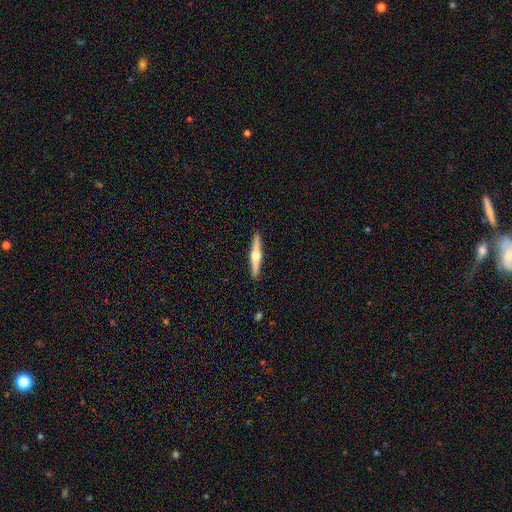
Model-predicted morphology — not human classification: This appears to be a featured or disk galaxy (69%) viewed edge-on (98%) with a rounded central bulge (94%). Merging: none (92%).